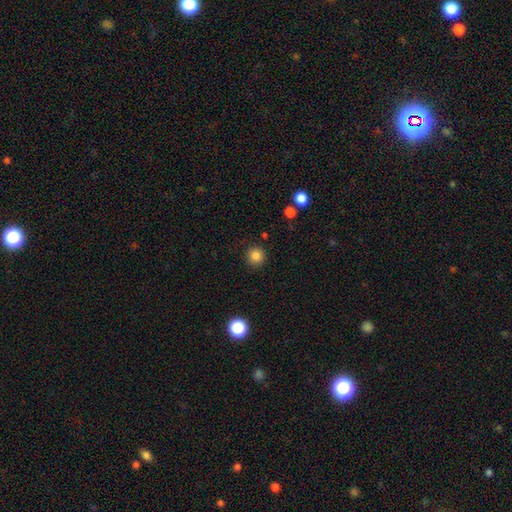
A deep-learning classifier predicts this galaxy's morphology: The model was most divided on "smooth or featured": smooth: 84%, star or artifact: 12%, featured or disk: 4%. More confident: how rounded — round (94%); merging — none (90%).